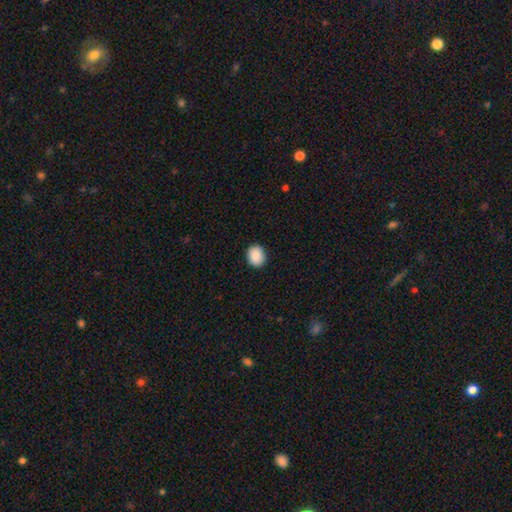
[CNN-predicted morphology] The model was most divided on "how rounded": round: 62%, in between: 37%, cigar-shaped: 1%. More confident: merging — none (91%); smooth or featured — smooth (89%).